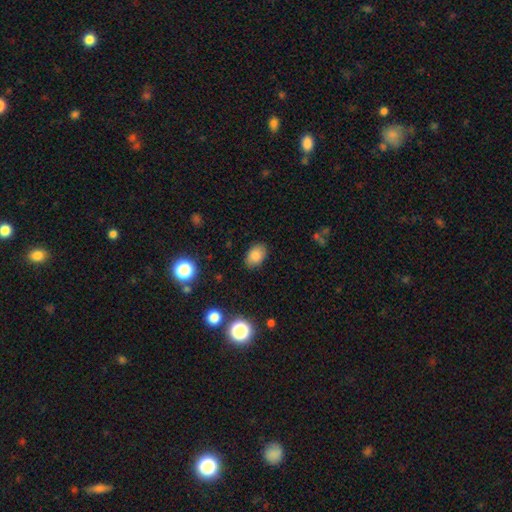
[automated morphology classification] Smooth or featured?
  - smooth: 83% *
  - star or artifact: 10%
  - featured or disk: 7%
How rounded?
  - in between: 83% *
  - round: 16%
  - cigar-shaped: 1%
Merging?
  - none: 85% *
  - minor disturbance: 11%
  - major disturbance: 3%
  - merger: 1%